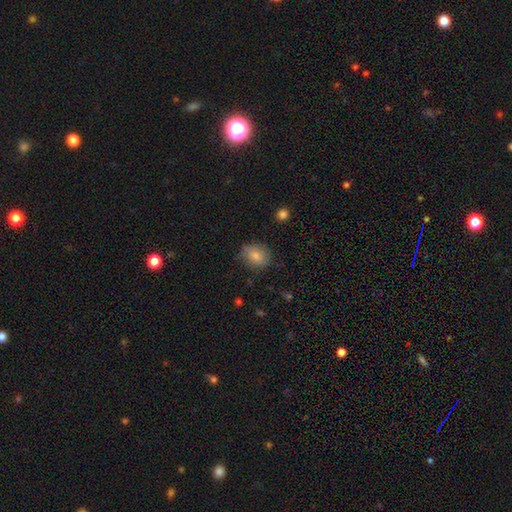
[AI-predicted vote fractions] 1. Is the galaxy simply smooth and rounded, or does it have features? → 77% smooth, 15% featured or disk, 8% star or artifact.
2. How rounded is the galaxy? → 52% in between, 46% round, 1% cigar-shaped.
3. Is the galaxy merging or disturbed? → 70% none, 23% minor disturbance, 6% major disturbance, 1% merger.